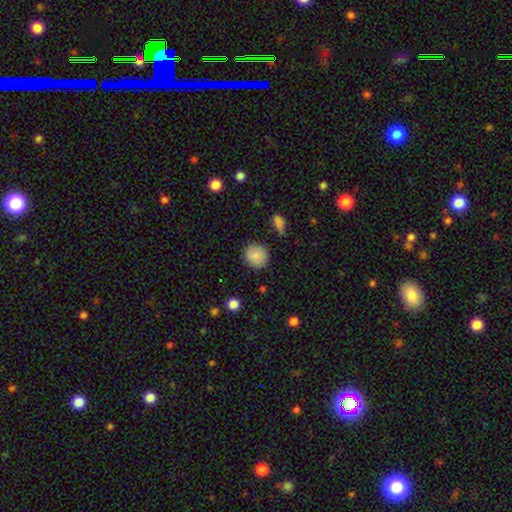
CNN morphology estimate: type=smooth (85%); roundness=round (88%); merging=none (85%).